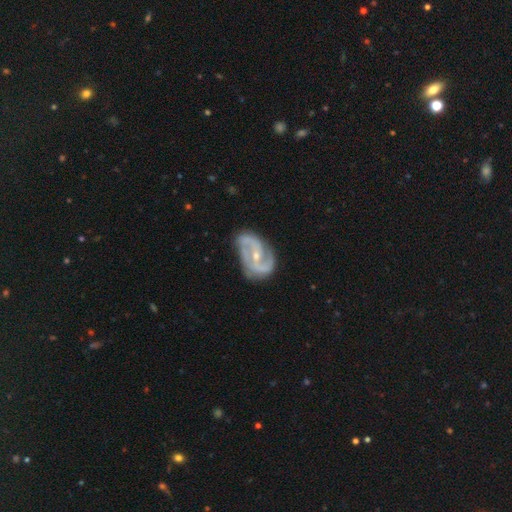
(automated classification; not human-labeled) Smooth or featured: featured or disk — 89% (smooth — 6%)
Edge-on disk: no — 97% (yes — 3%)
Bar: weak — 39% (no — 37%)
Spiral arms: yes — 96% (no — 4%)
Spiral winding: medium — 50% (loose — 28%)
Spiral arm count: 2 — 83% (3 — 7%)
Bulge size: small — 60% (moderate — 37%)
Merging: none — 65% (minor disturbance — 24%)